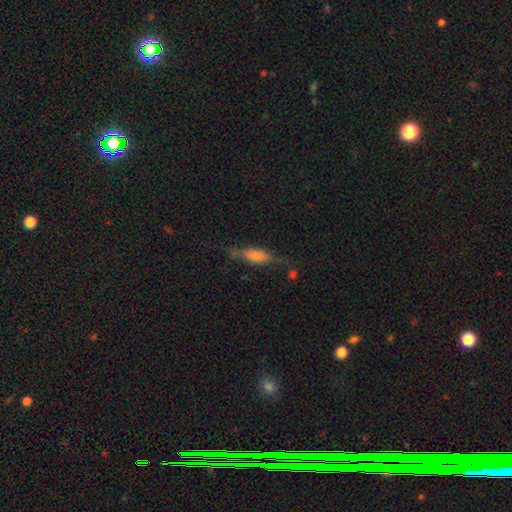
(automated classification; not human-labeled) Smooth or featured?
  - smooth: 56% *
  - featured or disk: 35%
  - star or artifact: 9%
How rounded?
  - in between: 50% *
  - cigar-shaped: 46%
  - round: 4%
Merging?
  - none: 55% *
  - minor disturbance: 27%
  - major disturbance: 14%
  - merger: 4%